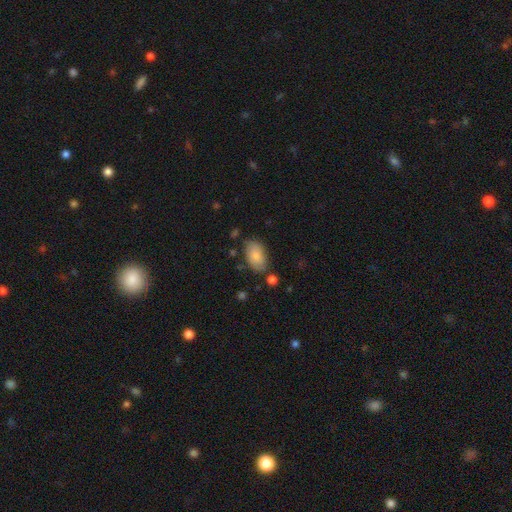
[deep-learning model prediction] This is clearly a smooth galaxy (82%). How rounded: clearly in between (94%). Merging: likely none (73%).